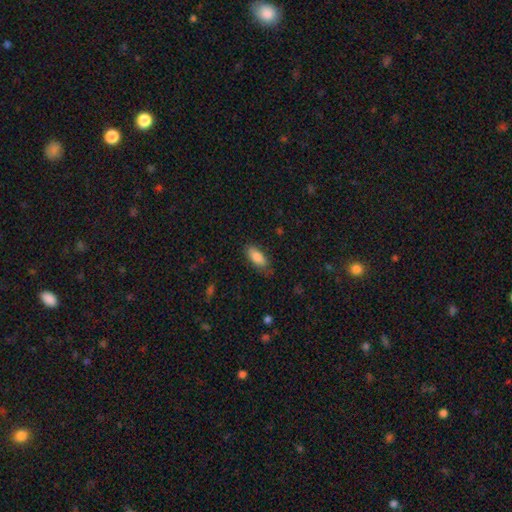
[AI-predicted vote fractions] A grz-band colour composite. It shows a smooth galaxy with no disk features (84%) that is in between round and cigar-shaped (81%). Merging: none (79%).